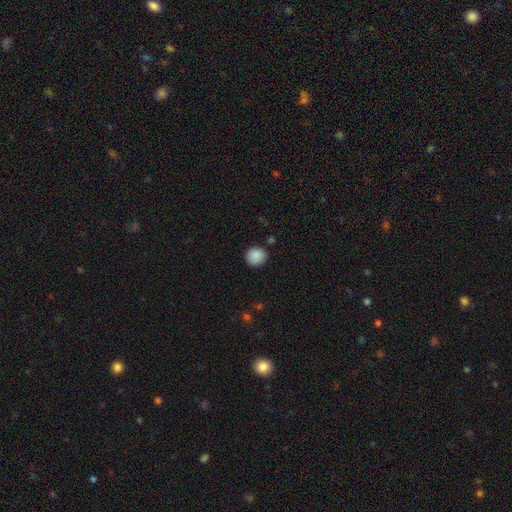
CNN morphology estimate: A smooth galaxy with no disk features (88%) that is round (86%). Merging: none (86%).